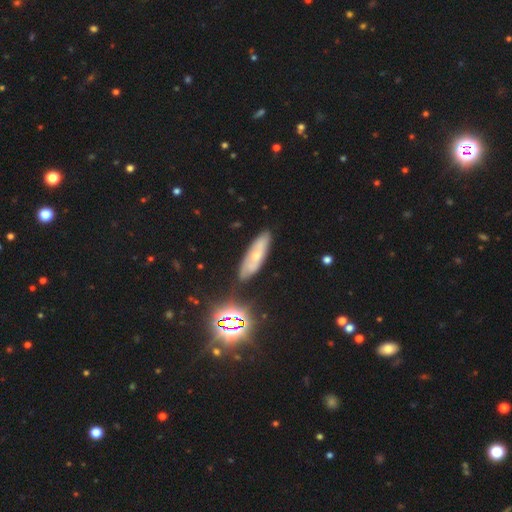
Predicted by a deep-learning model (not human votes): smooth_or_featured: featured or disk (p=0.47) [alt: smooth p=0.38]
merging: none (p=0.74) [alt: minor disturbance p=0.18]